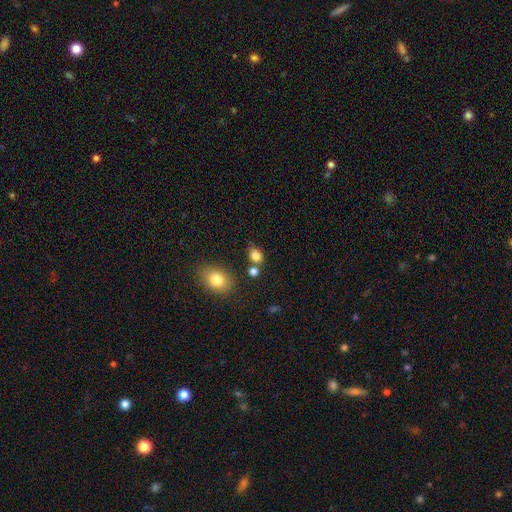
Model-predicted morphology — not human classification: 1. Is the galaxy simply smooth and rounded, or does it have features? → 82% smooth, 11% star or artifact, 7% featured or disk.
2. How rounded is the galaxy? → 61% in between, 38% round, 2% cigar-shaped.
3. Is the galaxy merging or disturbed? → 65% none, 15% merger, 15% minor disturbance, 5% major disturbance.